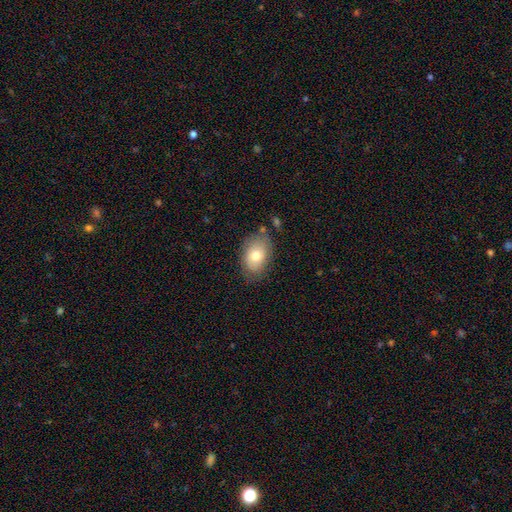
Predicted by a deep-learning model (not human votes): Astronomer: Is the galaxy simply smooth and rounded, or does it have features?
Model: smooth — 76%.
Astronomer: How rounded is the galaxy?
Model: in between — 82%.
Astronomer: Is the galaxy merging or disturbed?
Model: none — 75%.